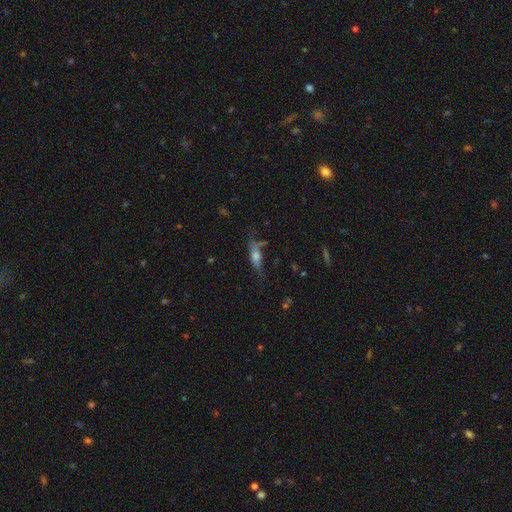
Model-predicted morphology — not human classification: A featured or disk galaxy (45%). Merging: none (67%).